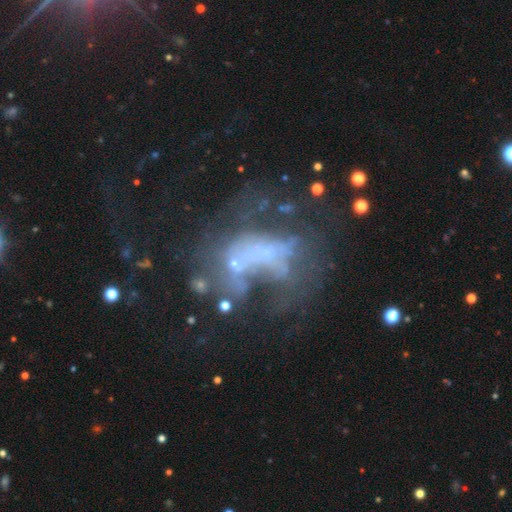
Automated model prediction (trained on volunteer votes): Smooth or featured: featured or disk — 60% (star or artifact — 22%)
Edge-on disk: no — 97% (yes — 3%)
Bar: no — 82% (weak — 12%)
Spiral arms: no — 81% (yes — 19%)
Bulge size: none — 60% (small — 27%)
Merging: major disturbance — 40% (none — 27%)